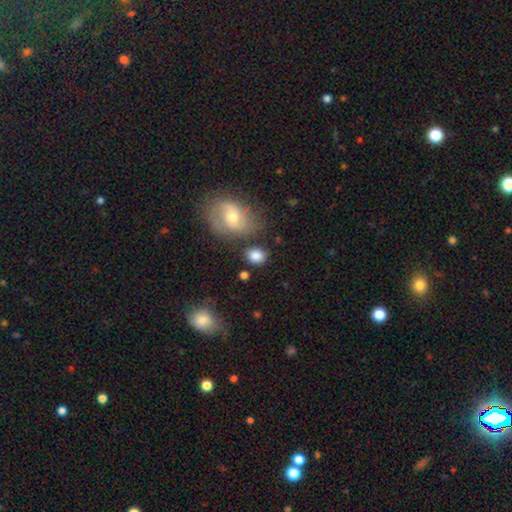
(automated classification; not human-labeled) Smooth or featured? Predicted: smooth (p=0.82). How rounded? Predicted: round (p=0.51). Merging? Predicted: none (p=0.73).